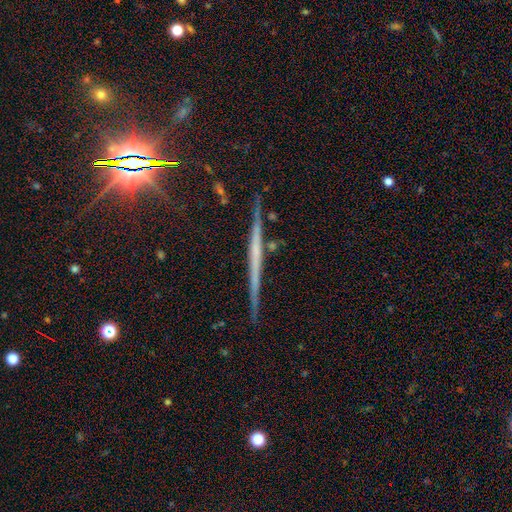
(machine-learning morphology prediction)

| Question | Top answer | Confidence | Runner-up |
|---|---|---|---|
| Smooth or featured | featured or disk | 62% | smooth (21%) |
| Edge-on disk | yes | 97% | no (3%) |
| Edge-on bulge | none | 79% | rounded (14%) |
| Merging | none | 89% | minor disturbance (8%) |